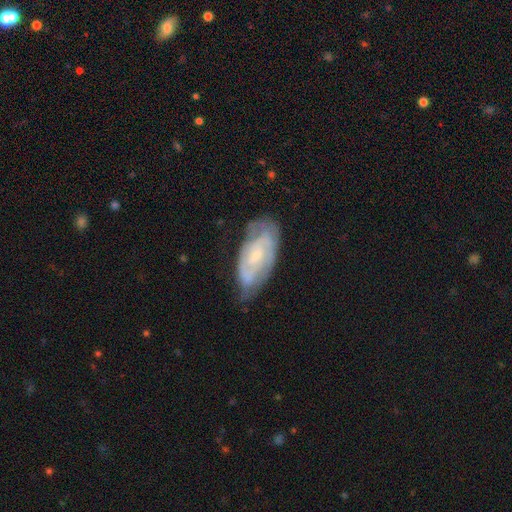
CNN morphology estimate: A featured or disk galaxy (71%) with no bar (56%), 2 (43%) tight (56%) spiral arms (84%) and a small central bulge (58%).

Vote fractions:
- Smooth or featured? featured or disk: 71% / smooth: 22% / star or artifact: 7%
- Edge-on disk? no: 93% / yes: 7%
- Bar? no: 56% / weak: 36% / strong: 8%
- Spiral arms? yes: 84% / no: 16%
- Spiral winding? tight: 56% / medium: 34% / loose: 10%
- Spiral arm count? 2: 43% / can't tell: 40% / 3: 8% / 1: 4% / 4: 3% / more than 4: 2%
- Bulge size? small: 58% / moderate: 27% / none: 12% / large: 2% / dominant: 1%
- Merging? none: 62% / minor disturbance: 27% / major disturbance: 9% / merger: 2%